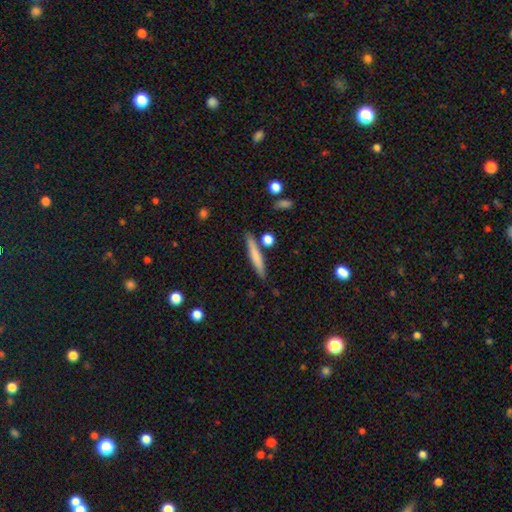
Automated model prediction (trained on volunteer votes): A smooth galaxy with no disk features (70%) that is cigar-shaped (93%).

Vote fractions:
- Smooth or featured? smooth: 70% / featured or disk: 24% / star or artifact: 6%
- How rounded? cigar-shaped: 93% / in between: 6% / round: 2%
- Merging? none: 83% / minor disturbance: 10% / merger: 5% / major disturbance: 2%